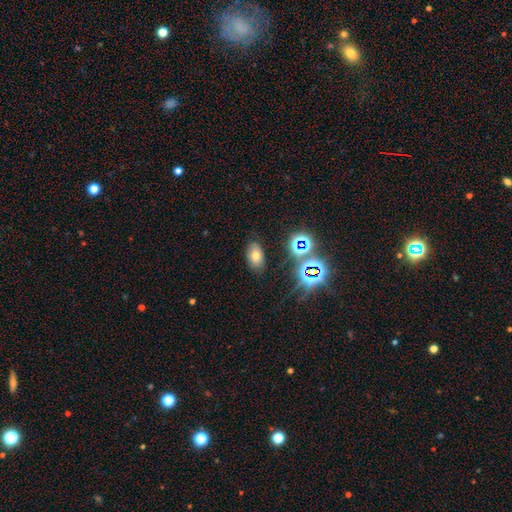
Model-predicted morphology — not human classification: type=smooth (60%); roundness=in between (89%); merging=none (82%).